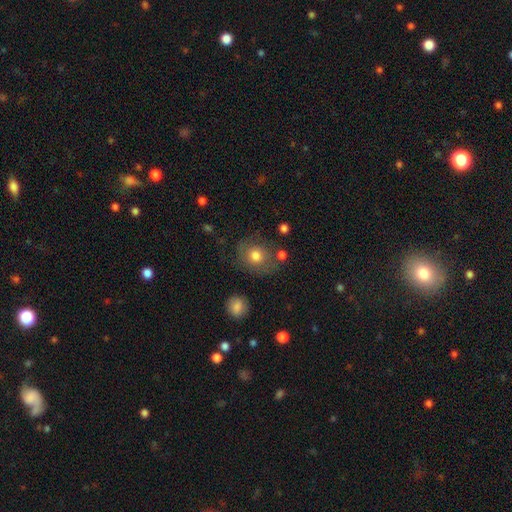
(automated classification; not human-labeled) smooth_or_featured: smooth (p=0.73) [alt: featured or disk p=0.17]
how_rounded: round (p=0.75) [alt: in between p=0.24]
merging: none (p=0.67) [alt: minor disturbance p=0.18]